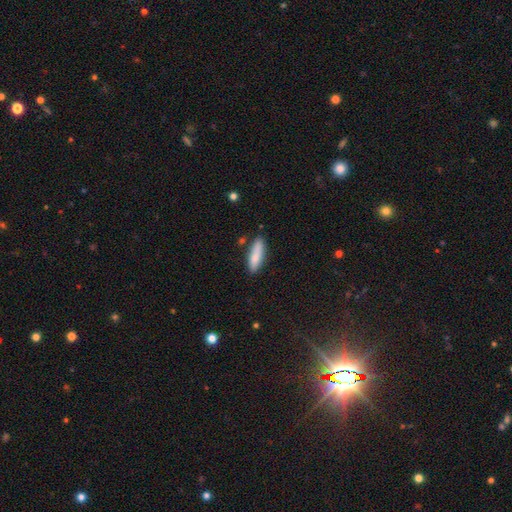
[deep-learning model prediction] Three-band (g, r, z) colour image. It shows a smooth galaxy with no disk features (82%) that is cigar-shaped (59%). Merging: none (80%).